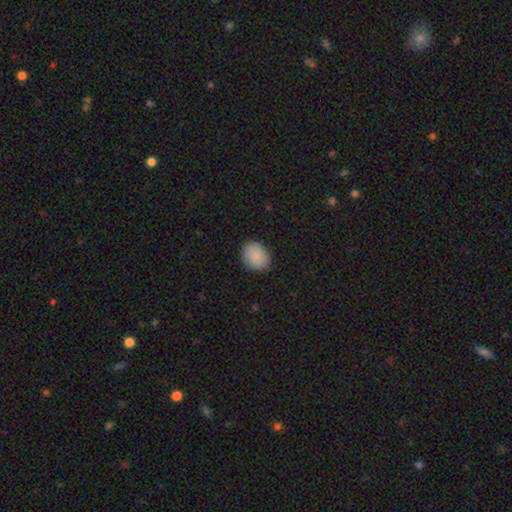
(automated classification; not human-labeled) smooth-or-featured: smooth: 89% | star or artifact: 7% | featured or disk: 4%
  how-rounded: in between: 55% | round: 44% | cigar-shaped: 1%
  merging: none: 86% | minor disturbance: 11% | major disturbance: 2% | merger: 1%